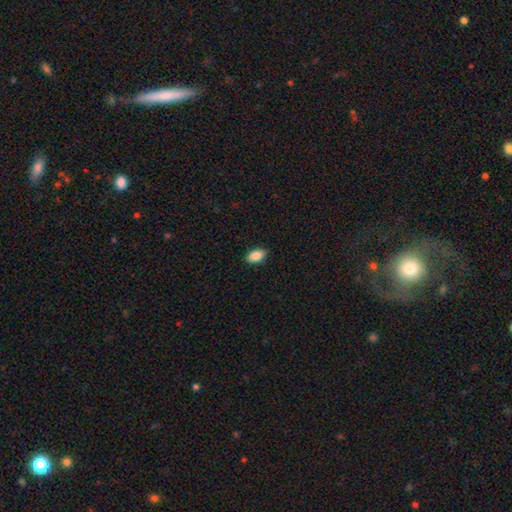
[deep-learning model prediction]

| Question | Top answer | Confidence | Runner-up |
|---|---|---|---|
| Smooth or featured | smooth | 86% | star or artifact (7%) |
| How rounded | in between | 91% | round (7%) |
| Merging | none | 88% | minor disturbance (9%) |